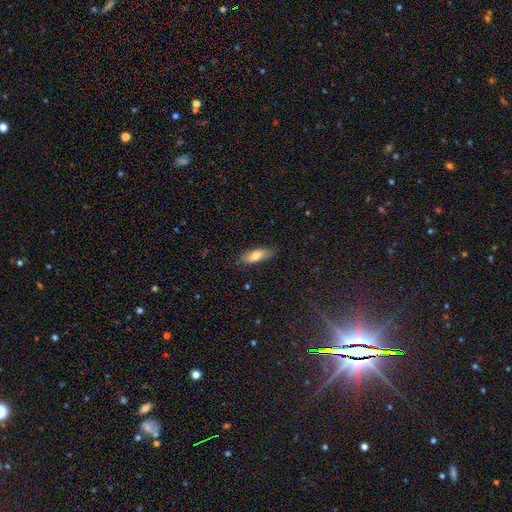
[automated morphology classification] Smooth or featured? Predicted: smooth (p=0.74). How rounded? Predicted: in between (p=0.68). Merging? Predicted: none (p=0.82).